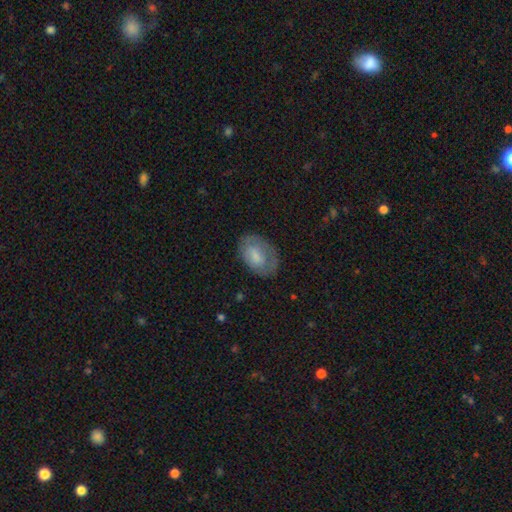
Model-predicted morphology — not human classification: This is likely a smooth galaxy (65%). How rounded: clearly in between (87%). Merging: likely none (67%).